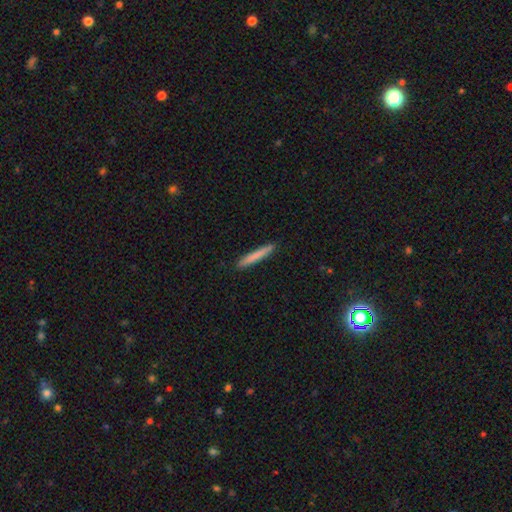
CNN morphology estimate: Smooth or featured? Predicted: smooth (p=0.78). How rounded? Predicted: cigar-shaped (p=0.96). Merging? Predicted: none (p=0.91).